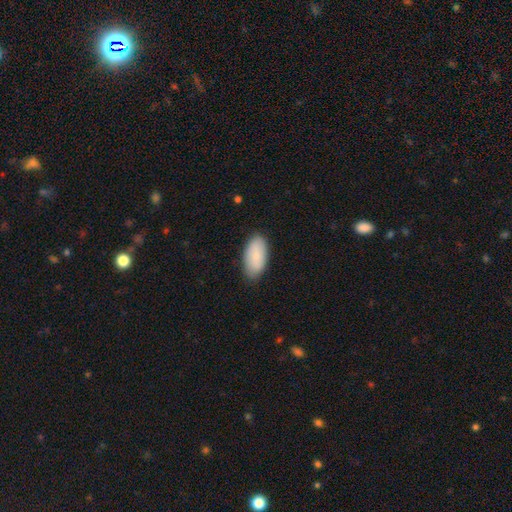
smooth-or-featured: smooth: 73% | featured or disk: 19% | star or artifact: 8%
  how-rounded: in between: 96% | cigar-shaped: 4% | round: 0%
  merging: none: 91% | minor disturbance: 6% | major disturbance: 3% | merger: 0%